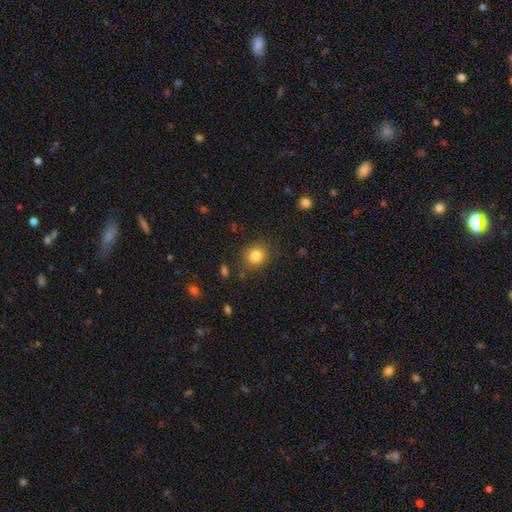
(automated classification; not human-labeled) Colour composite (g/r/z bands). It shows a smooth galaxy with no disk features (82%) that is round (79%). Merging: none (84%).